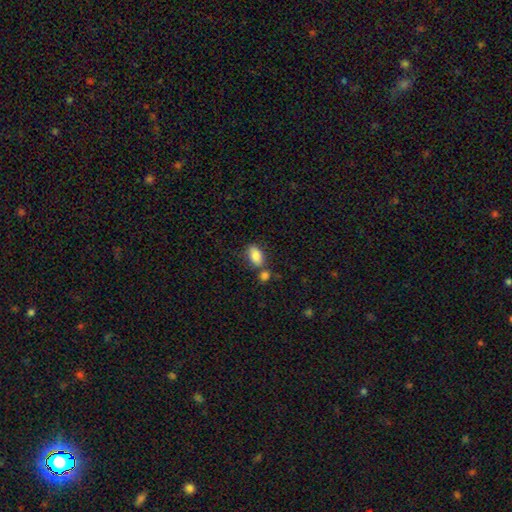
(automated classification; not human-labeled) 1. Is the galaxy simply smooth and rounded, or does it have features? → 82% smooth, 11% featured or disk, 8% star or artifact.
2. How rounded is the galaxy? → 90% in between, 8% round, 3% cigar-shaped.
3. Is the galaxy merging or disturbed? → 60% none, 23% merger, 13% minor disturbance, 4% major disturbance.